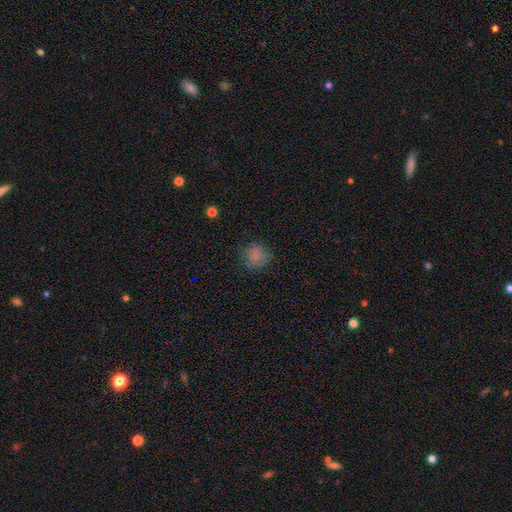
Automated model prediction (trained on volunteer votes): A smooth galaxy with no disk features (79%) that is round (88%). Merging: none (80%).